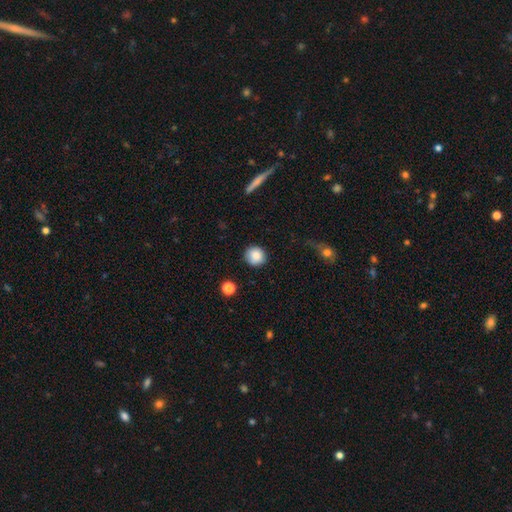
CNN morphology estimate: A smooth galaxy with no disk features (87%) that is round (91%). Merging: none (85%).